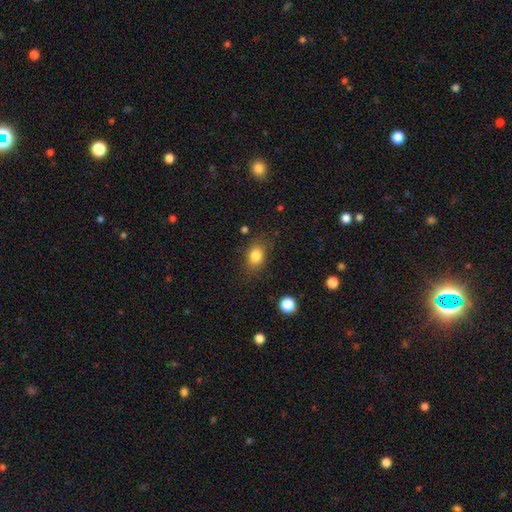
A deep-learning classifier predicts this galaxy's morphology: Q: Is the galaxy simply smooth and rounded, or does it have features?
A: smooth — 83%.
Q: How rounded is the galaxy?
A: in between — 68%.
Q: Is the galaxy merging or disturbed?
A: none — 75%.